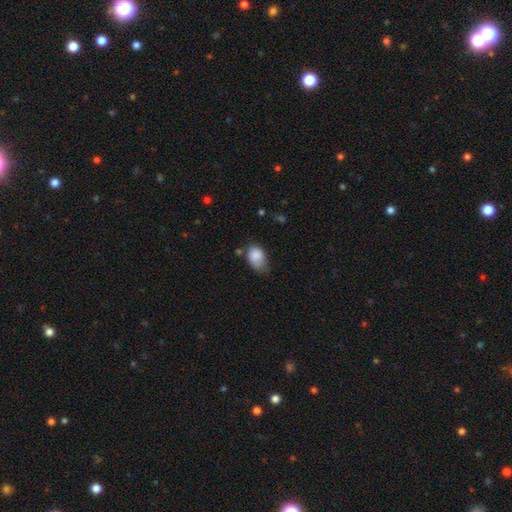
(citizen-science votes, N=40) Morphology: type=smooth (95%); roundness=in between (74%); merging=minor disturbance (49%).